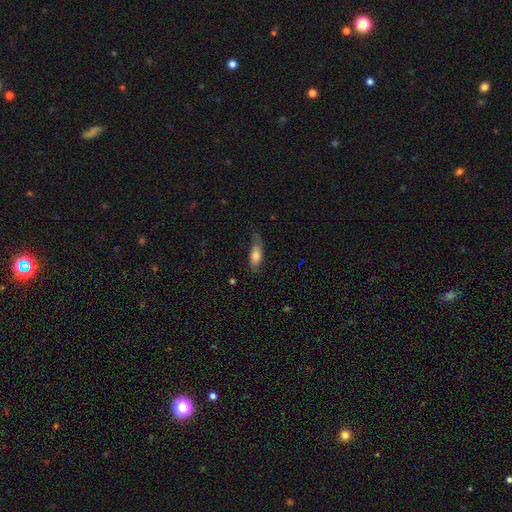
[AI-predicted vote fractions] Smooth or featured? smooth (72%)
How rounded? in between (62%)
Merging? none (58%)